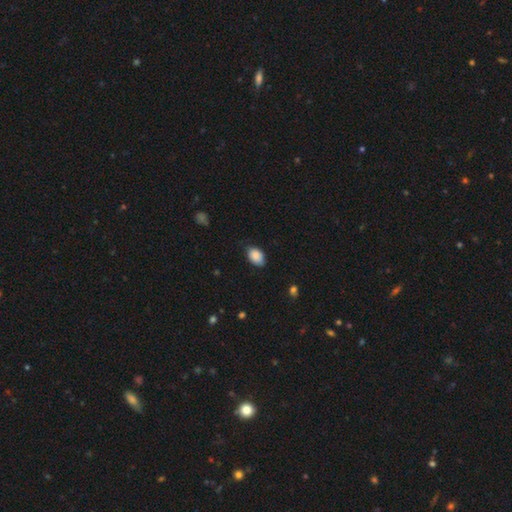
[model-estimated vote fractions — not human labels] smooth_or_featured: smooth (p=0.86) [alt: star or artifact p=0.07]
how_rounded: in between (p=0.87) [alt: round p=0.12]
merging: none (p=0.74) [alt: minor disturbance p=0.21]